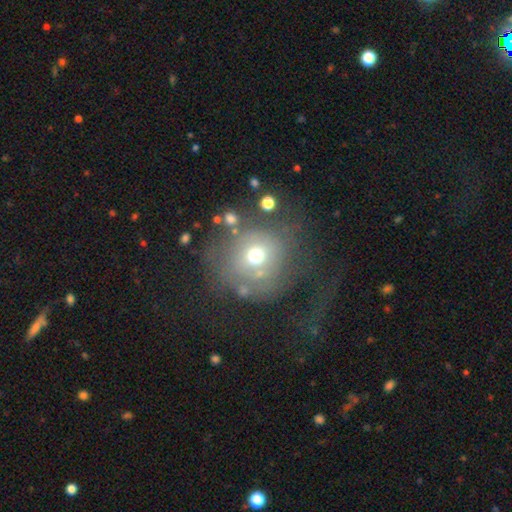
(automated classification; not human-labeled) A smooth galaxy with no disk features (58%) that is round (84%).

Vote fractions:
- Smooth or featured? smooth: 58% / featured or disk: 24% / star or artifact: 17%
- How rounded? round: 84% / in between: 15% / cigar-shaped: 1%
- Merging? none: 60% / minor disturbance: 17% / major disturbance: 17% / merger: 6%